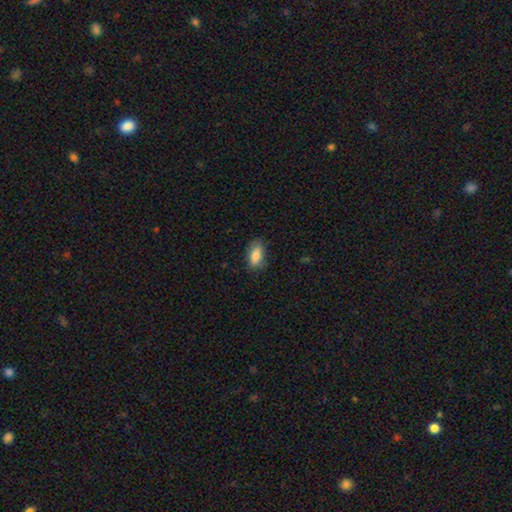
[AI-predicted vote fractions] smooth 81%, featured or disk 11%, star or artifact 7%. Down the decision tree: how rounded — in between (87%); merging — none (77%).